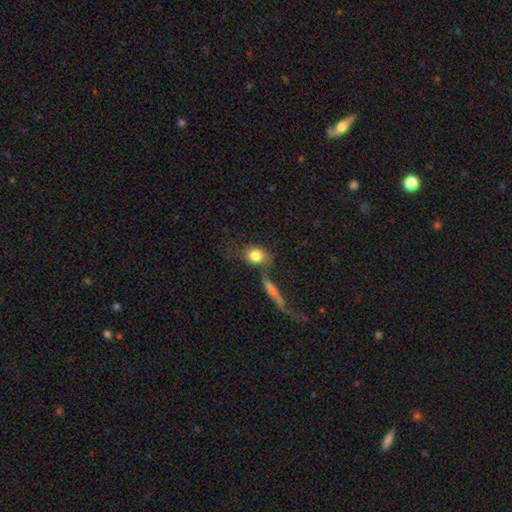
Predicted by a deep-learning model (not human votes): A smooth galaxy with no disk features (80%) that is round (60%).

Vote fractions:
- Smooth or featured? smooth: 80% / featured or disk: 11% / star or artifact: 9%
- How rounded? round: 60% / in between: 36% / cigar-shaped: 4%
- Merging? none: 55% / merger: 21% / minor disturbance: 14% / major disturbance: 10%